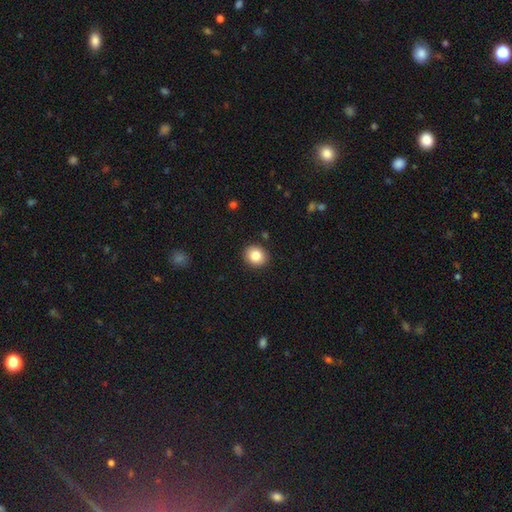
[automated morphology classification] Q: Smooth or featured?
A: smooth (83%); runner-up: star or artifact (9%)
Q: How rounded?
A: round (77%); runner-up: in between (22%)
Q: Merging?
A: none (91%); runner-up: minor disturbance (6%)